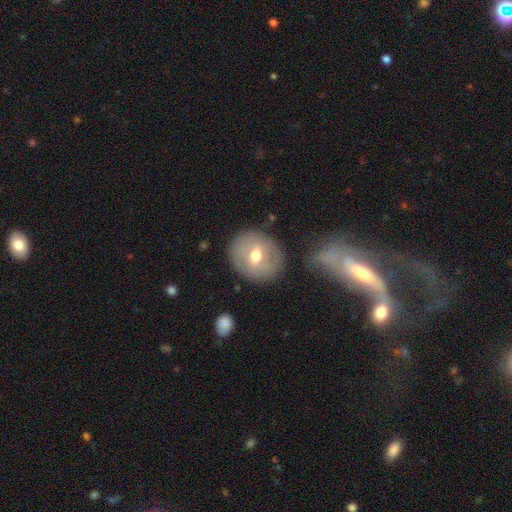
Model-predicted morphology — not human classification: Smooth or featured?
  - smooth: 54% *
  - featured or disk: 38%
  - star or artifact: 8%
How rounded?
  - round: 73% *
  - in between: 26%
  - cigar-shaped: 1%
Merging?
  - none: 81% *
  - minor disturbance: 12%
  - major disturbance: 4%
  - merger: 2%